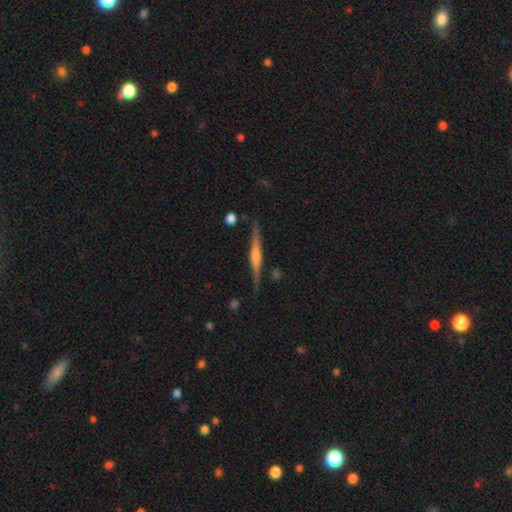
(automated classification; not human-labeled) smooth_or_featured: featured or disk (p=0.72) [alt: smooth p=0.22]
disk_edge_on: yes (p=0.98) [alt: no p=0.02]
edge_on_bulge: rounded (p=0.57) [alt: boxy p=0.23]
merging: none (p=0.87) [alt: minor disturbance p=0.09]